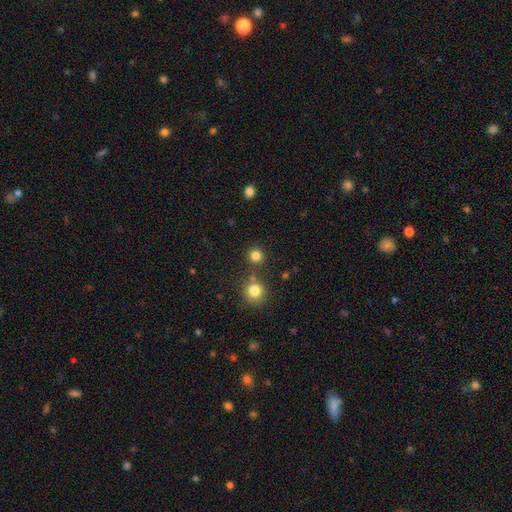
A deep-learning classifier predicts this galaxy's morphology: smooth 81%, star or artifact 15%, featured or disk 5%. Down the decision tree: how rounded — round (92%); merging — none (81%).